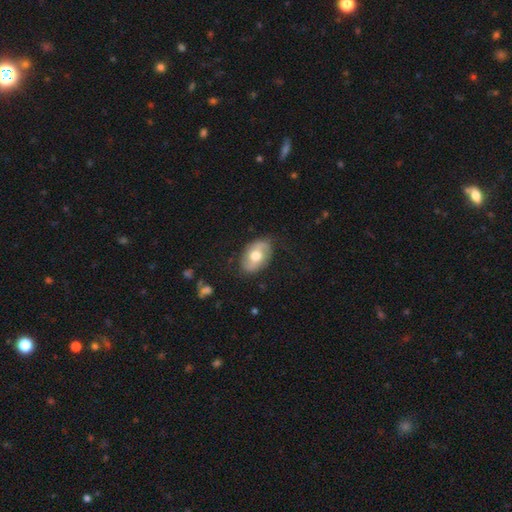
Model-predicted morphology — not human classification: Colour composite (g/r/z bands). It shows a smooth galaxy with no disk features (49%). Merging: none (79%).